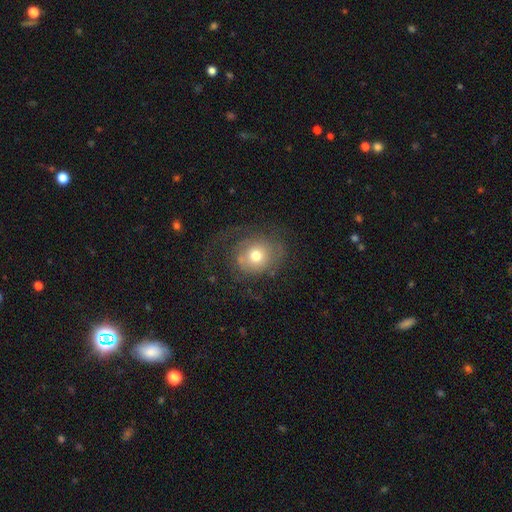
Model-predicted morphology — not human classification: A smooth galaxy with no disk features (55%) that is round (69%).

Vote fractions:
- Smooth or featured? smooth: 55% / featured or disk: 34% / star or artifact: 10%
- How rounded? round: 69% / in between: 30% / cigar-shaped: 1%
- Merging? none: 53% / major disturbance: 26% / minor disturbance: 19% / merger: 2%